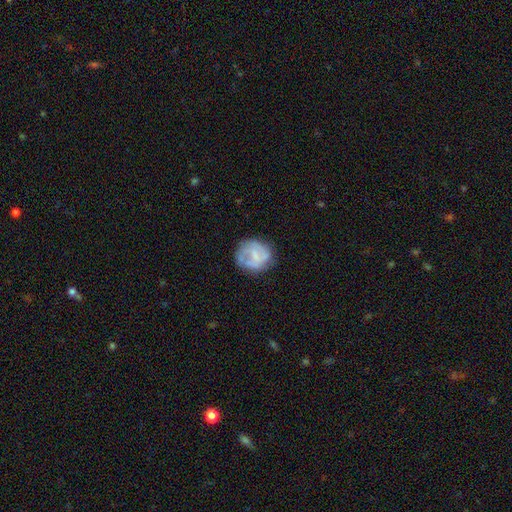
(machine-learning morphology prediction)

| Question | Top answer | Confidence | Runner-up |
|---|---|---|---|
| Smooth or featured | featured or disk | 49% | smooth (43%) |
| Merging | none | 61% | minor disturbance (23%) |